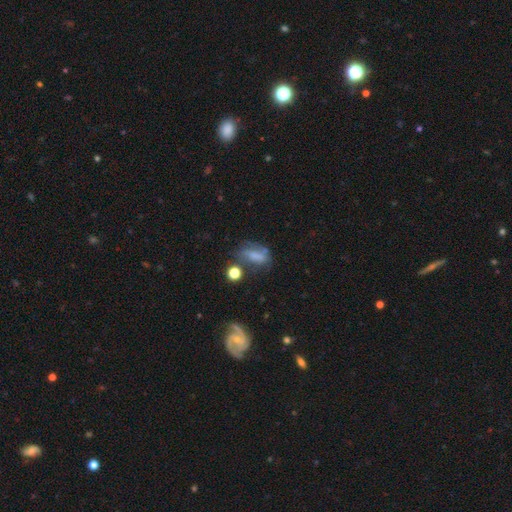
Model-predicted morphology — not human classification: A smooth galaxy with no disk features (57%) that is in between round and cigar-shaped (74%). Merging: none (39%).